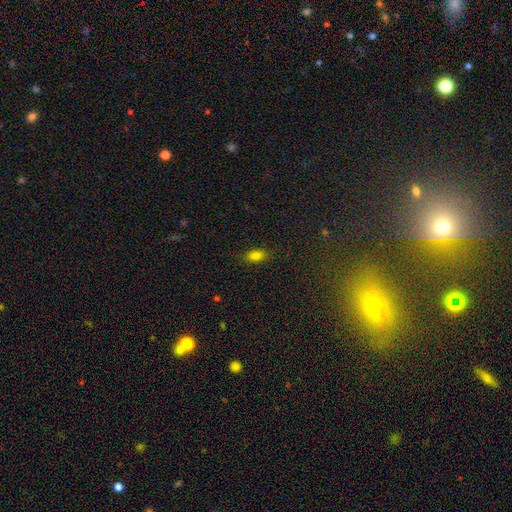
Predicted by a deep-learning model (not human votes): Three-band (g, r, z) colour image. It shows a smooth galaxy with no disk features (80%) that is in between round and cigar-shaped (87%). Merging: none (86%).